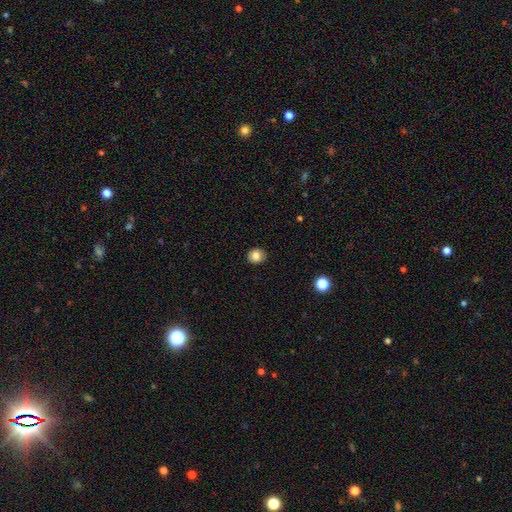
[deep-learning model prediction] Q: Smooth or featured?
A: smooth (82%); runner-up: star or artifact (10%)
Q: How rounded?
A: round (78%); runner-up: in between (21%)
Q: Merging?
A: none (91%); runner-up: minor disturbance (7%)